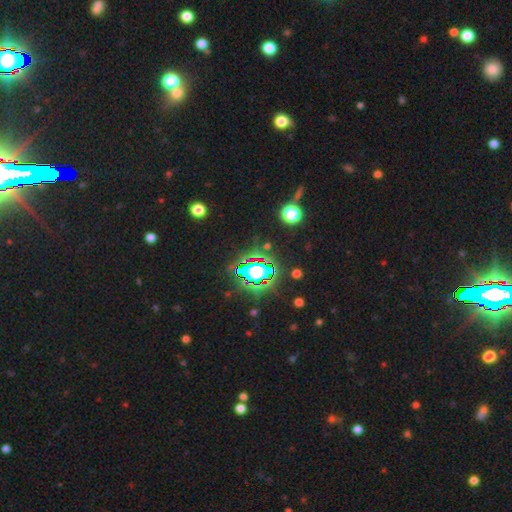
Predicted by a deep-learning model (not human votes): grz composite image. It shows a star or artifact, not a galaxy (83%).